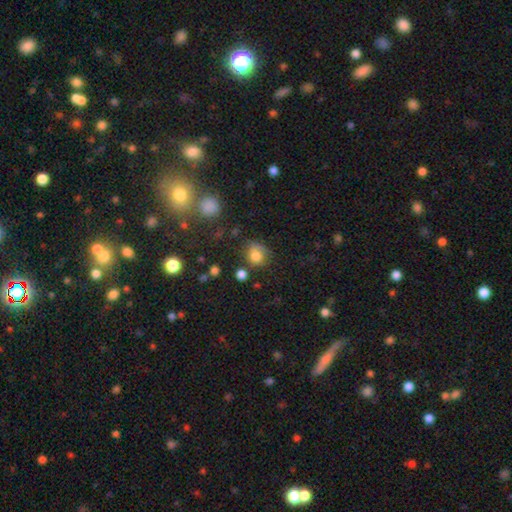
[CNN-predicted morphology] type=smooth (77%); roundness=round (70%); merging=none (55%).